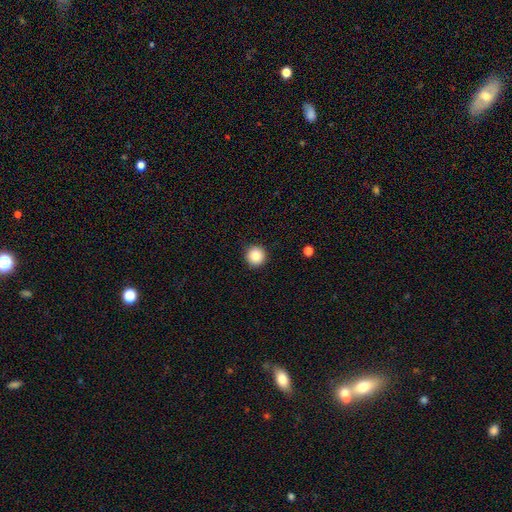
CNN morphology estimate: Smooth or featured? Predicted: smooth (p=0.87). How rounded? Predicted: round (p=0.96). Merging? Predicted: none (p=0.92).